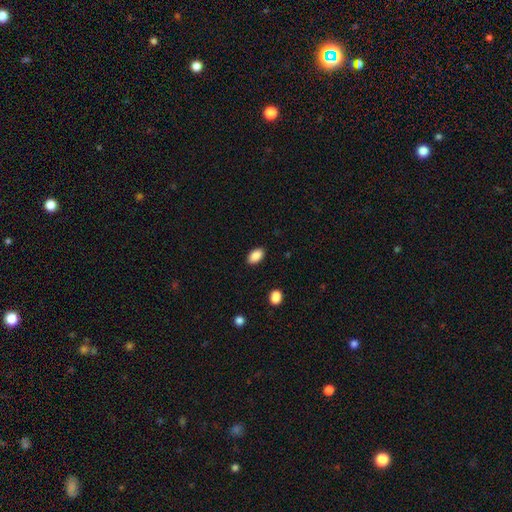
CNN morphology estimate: A smooth galaxy with no disk features (88%) that is in between round and cigar-shaped (93%). Merging: none (88%).